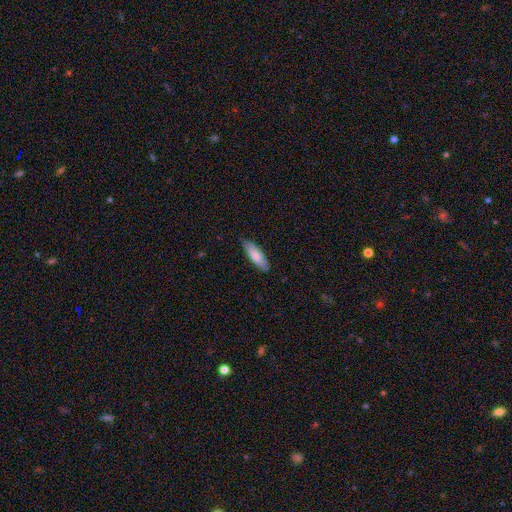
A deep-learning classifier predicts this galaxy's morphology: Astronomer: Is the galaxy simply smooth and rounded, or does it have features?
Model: smooth — 81%.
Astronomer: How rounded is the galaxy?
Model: in between — 53% (runner-up: cigar-shaped, 45%).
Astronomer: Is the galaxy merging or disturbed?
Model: none — 84%.